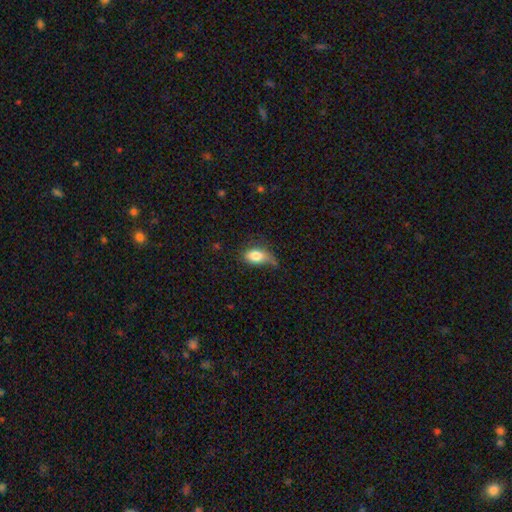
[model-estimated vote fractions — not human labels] Smooth or featured? Predicted: smooth (p=0.80). How rounded? Predicted: in between (p=0.88). Merging? Predicted: none (p=0.39).